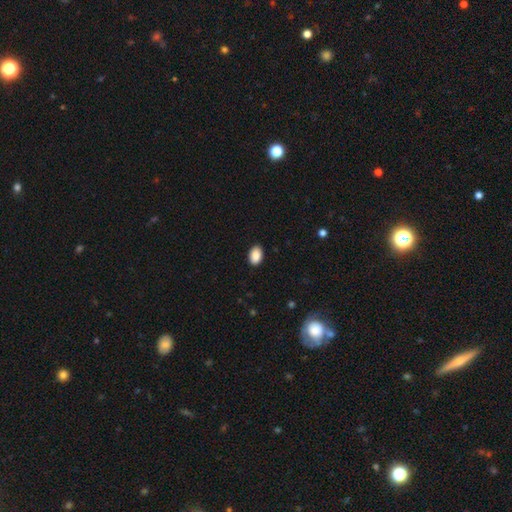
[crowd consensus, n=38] This is clearly a smooth galaxy (89%). How rounded: clearly in between (82%). Merging: clearly none (88%).